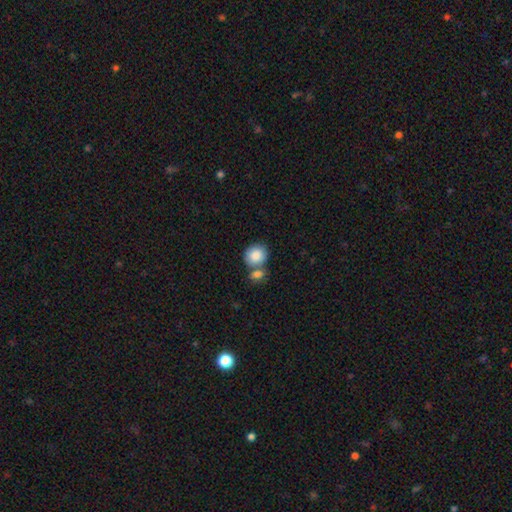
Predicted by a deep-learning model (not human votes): Smooth or featured? smooth (86%)
How rounded? round (74%)
Merging? none (50%)